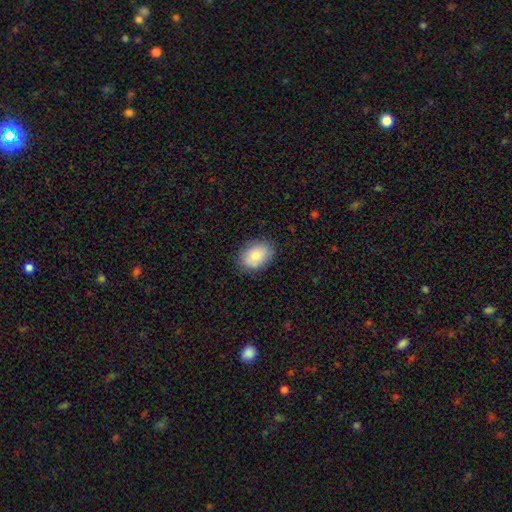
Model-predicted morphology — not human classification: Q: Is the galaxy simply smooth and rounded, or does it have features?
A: smooth — 82%.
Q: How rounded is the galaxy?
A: in between — 79%.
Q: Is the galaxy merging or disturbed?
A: none — 85%.